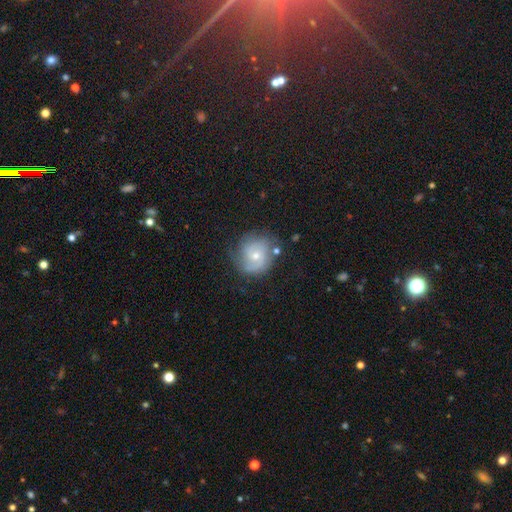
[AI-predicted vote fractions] Overall: featured or disk (68%). Edge-on disk: no (98%). Bar: no (69%). Spiral arms: yes (88%). Spiral arm count: 2 (48%; can't tell 23%). Spiral winding: tight (43%; medium 40%). Bulge size: small (51%; moderate 45%). Merging: none (65%).